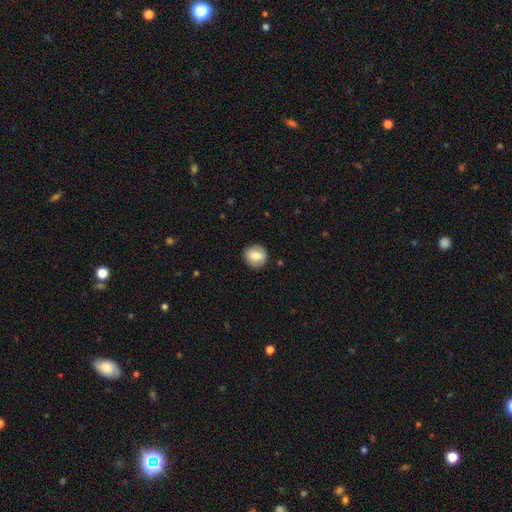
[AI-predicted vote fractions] Overall: smooth (78%). How rounded: round (84%). Merging: none (88%).